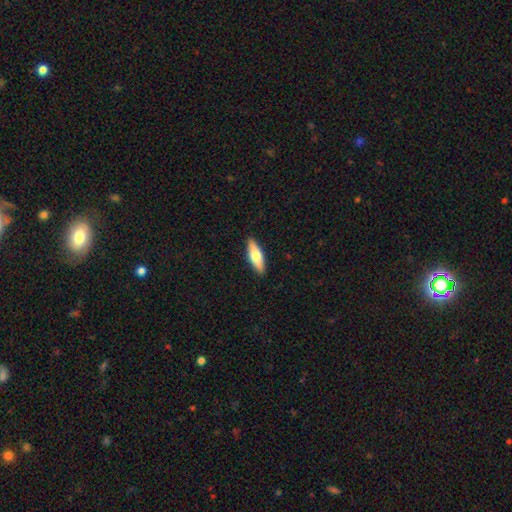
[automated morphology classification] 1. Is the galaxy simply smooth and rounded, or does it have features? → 58% smooth, 36% featured or disk, 5% star or artifact.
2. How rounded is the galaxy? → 52% in between, 46% cigar-shaped, 2% round.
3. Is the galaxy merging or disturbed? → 90% none, 8% minor disturbance, 2% major disturbance, 1% merger.